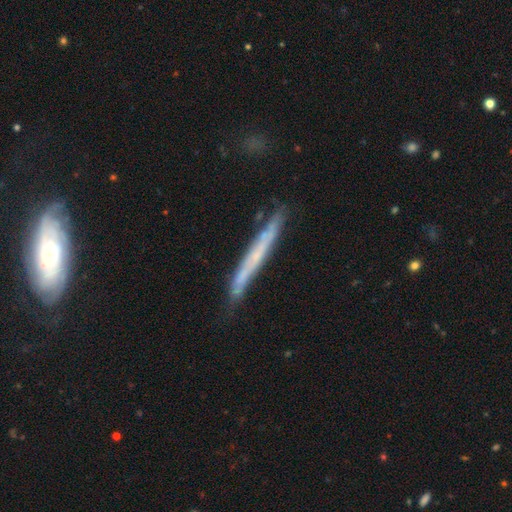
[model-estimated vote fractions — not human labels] A featured or disk galaxy (54%) viewed edge-on (90%).

Vote fractions:
- Smooth or featured? featured or disk: 54% / smooth: 38% / star or artifact: 7%
- Edge-on disk? yes: 90% / no: 10%
- Merging? none: 76% / minor disturbance: 19% / major disturbance: 3% / merger: 2%